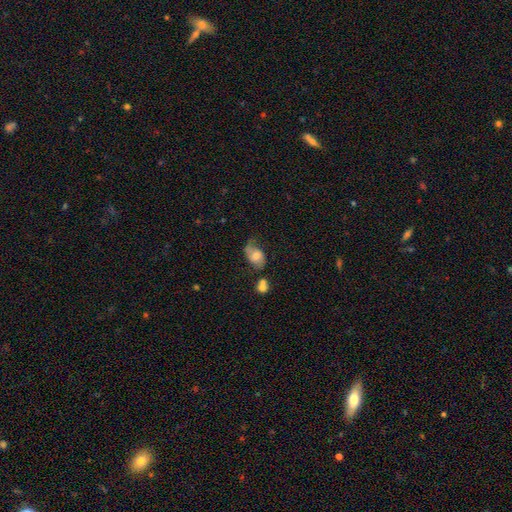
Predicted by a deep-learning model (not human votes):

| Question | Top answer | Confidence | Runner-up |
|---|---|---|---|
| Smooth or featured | smooth | 51% | featured or disk (40%) |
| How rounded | in between | 82% | round (16%) |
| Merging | none | 39% | minor disturbance (30%) |